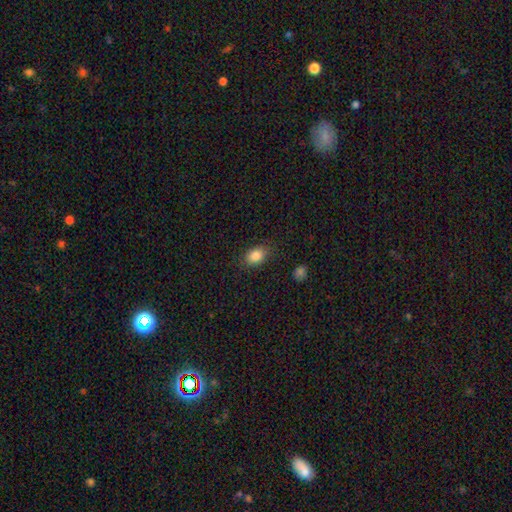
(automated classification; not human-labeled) Q: Smooth or featured?
A: smooth (85%); runner-up: star or artifact (9%)
Q: How rounded?
A: in between (76%); runner-up: round (22%)
Q: Merging?
A: none (82%); runner-up: minor disturbance (14%)